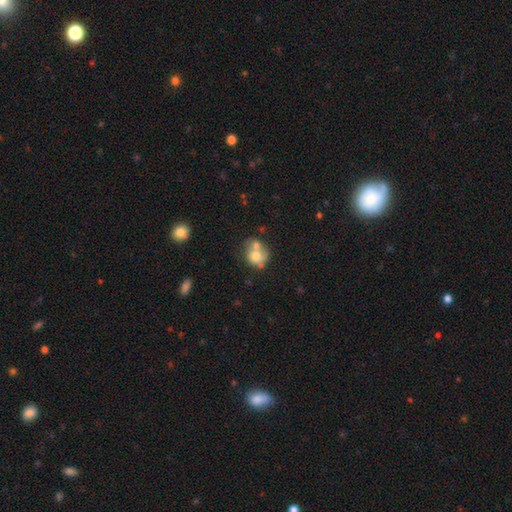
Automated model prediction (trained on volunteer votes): This appears to be a smooth galaxy with no disk features (67%) that is round (70%). Merging: merger (47%).